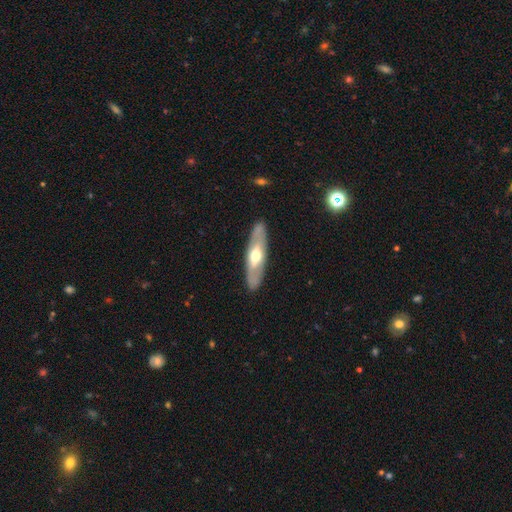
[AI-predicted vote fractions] smooth_or_featured: featured or disk (p=0.56) [alt: smooth p=0.40]
disk_edge_on: no (p=0.55) [alt: yes p=0.45]
merging: none (p=0.88) [alt: minor disturbance p=0.09]